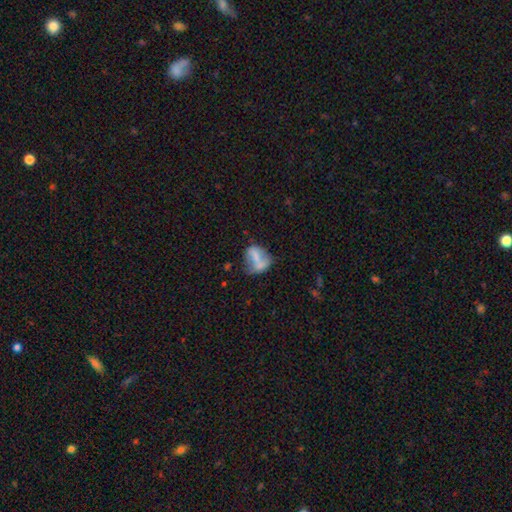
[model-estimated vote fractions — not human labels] smooth_or_featured: smooth (p=0.51) [alt: featured or disk p=0.41]
how_rounded: in between (p=0.52) [alt: round p=0.44]
merging: none (p=0.44) [alt: minor disturbance p=0.25]